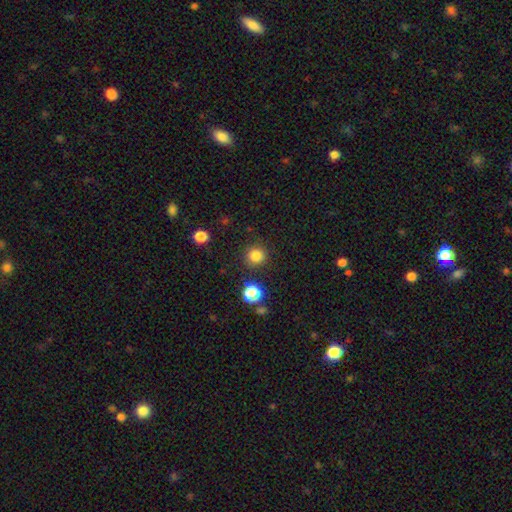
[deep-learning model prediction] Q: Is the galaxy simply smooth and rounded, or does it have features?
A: smooth — 82%.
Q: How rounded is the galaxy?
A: round — 92%.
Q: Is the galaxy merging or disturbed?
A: none — 88%.